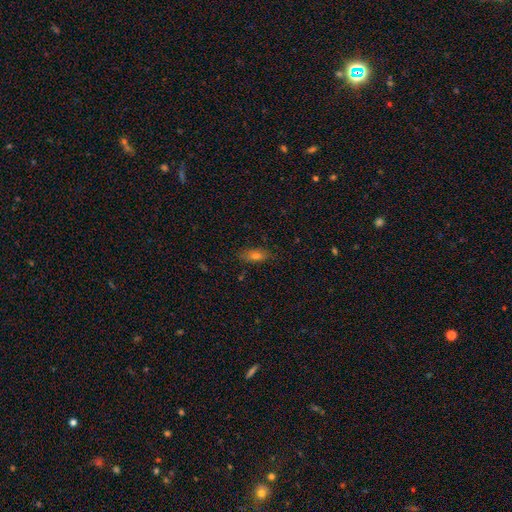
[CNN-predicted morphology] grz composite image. It shows a smooth galaxy with no disk features (67%) that is in between round and cigar-shaped (70%). Merging: none (83%).